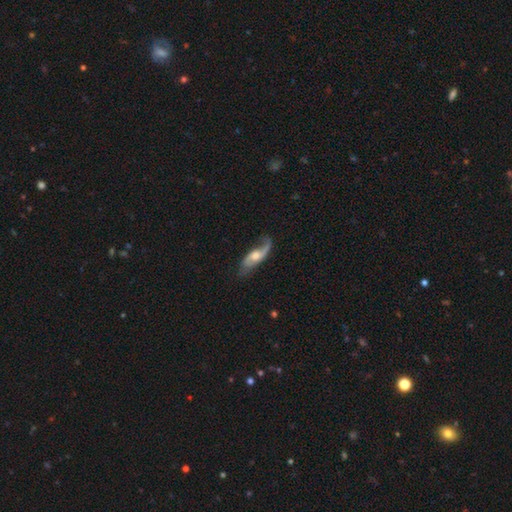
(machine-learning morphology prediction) smooth-or-featured: featured or disk: 73% | smooth: 22% | star or artifact: 5%
  disk-edge-on: no: 85% | yes: 15%
    bar: no: 57% | weak: 34% | strong: 9%
    has-spiral-arms: yes: 92% | no: 8%
      spiral-winding: loose: 65% | medium: 27% | tight: 8%
      spiral-arm-count: 2: 74% | 1: 18% | can't tell: 5% | 3: 1% | 4: 1% | more than 4: 1%
    bulge-size: moderate: 62% | small: 20% | large: 13% | none: 3% | dominant: 2%
  merging: none: 59% | minor disturbance: 24% | major disturbance: 15% | merger: 2%